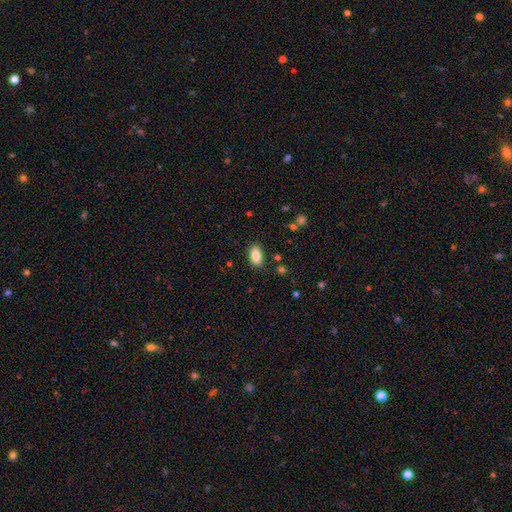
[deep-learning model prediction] smooth-or-featured: smooth: 87% | star or artifact: 8% | featured or disk: 5%
  how-rounded: in between: 91% | cigar-shaped: 4% | round: 4%
  merging: none: 85% | minor disturbance: 11% | major disturbance: 3% | merger: 2%